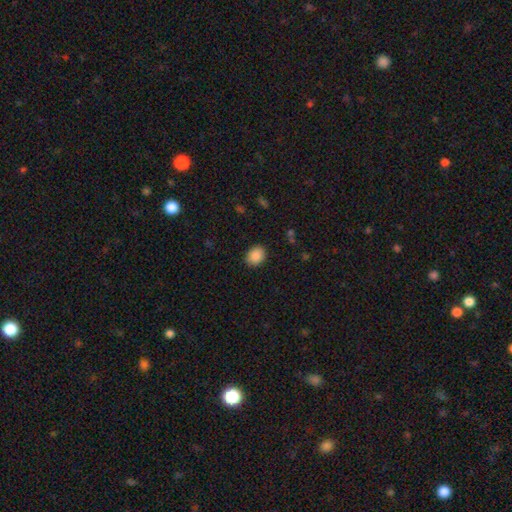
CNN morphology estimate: A smooth galaxy with no disk features (89%) that is in between round and cigar-shaped (55%). Merging: none (87%).